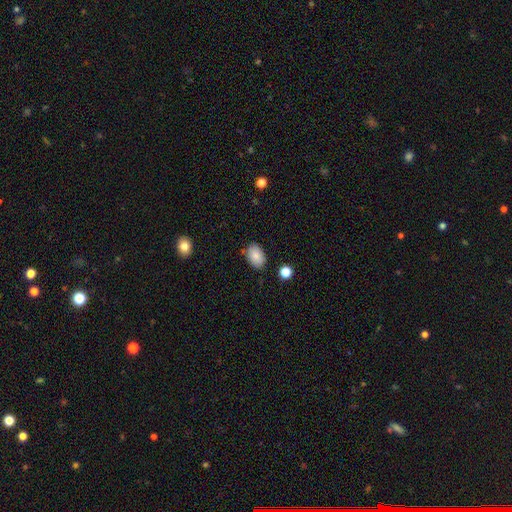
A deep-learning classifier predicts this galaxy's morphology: A smooth galaxy with no disk features (85%) that is in between round and cigar-shaped (89%).

Vote fractions:
- Smooth or featured? smooth: 85% / star or artifact: 8% / featured or disk: 7%
- How rounded? in between: 89% / round: 10% / cigar-shaped: 1%
- Merging? none: 82% / minor disturbance: 13% / major disturbance: 3% / merger: 2%